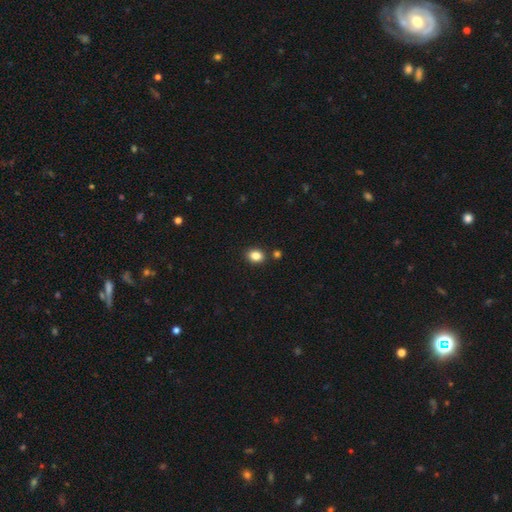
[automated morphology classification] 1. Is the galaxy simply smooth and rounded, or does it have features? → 85% smooth, 10% star or artifact, 5% featured or disk.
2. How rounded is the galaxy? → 59% in between, 40% round, 1% cigar-shaped.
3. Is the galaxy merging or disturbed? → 85% none, 8% minor disturbance, 5% merger, 2% major disturbance.